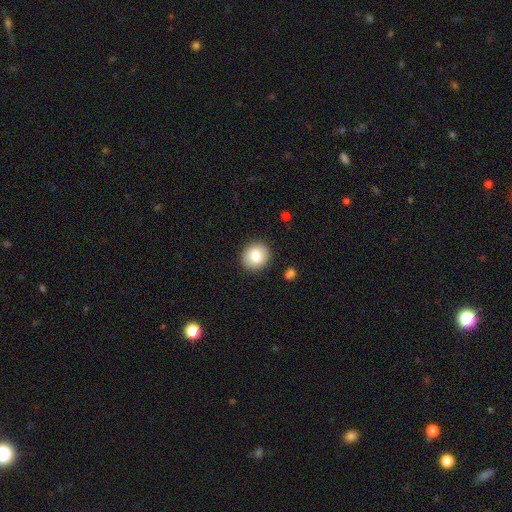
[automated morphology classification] This appears to be a smooth galaxy with no disk features (76%) that is round (79%). Merging: none (89%).